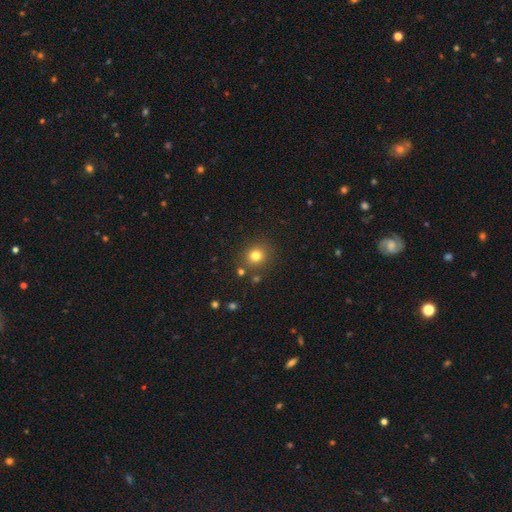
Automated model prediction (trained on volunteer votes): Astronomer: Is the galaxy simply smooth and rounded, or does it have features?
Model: smooth — 78%.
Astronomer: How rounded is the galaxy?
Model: round — 84%.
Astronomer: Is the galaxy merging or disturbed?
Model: none — 83%.